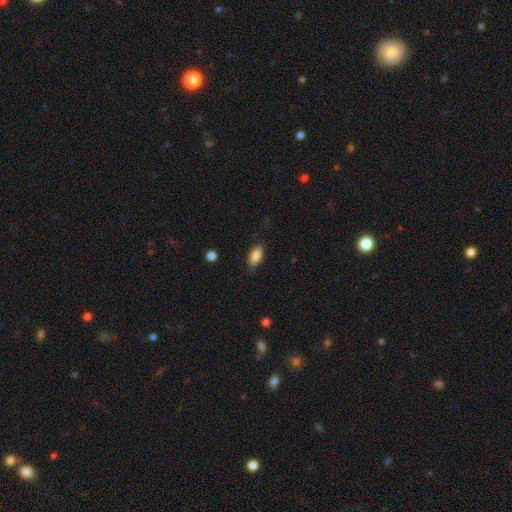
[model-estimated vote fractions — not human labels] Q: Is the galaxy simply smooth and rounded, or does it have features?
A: smooth — 84%.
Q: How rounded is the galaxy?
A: in between — 83%.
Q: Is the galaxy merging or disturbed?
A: none — 81%.